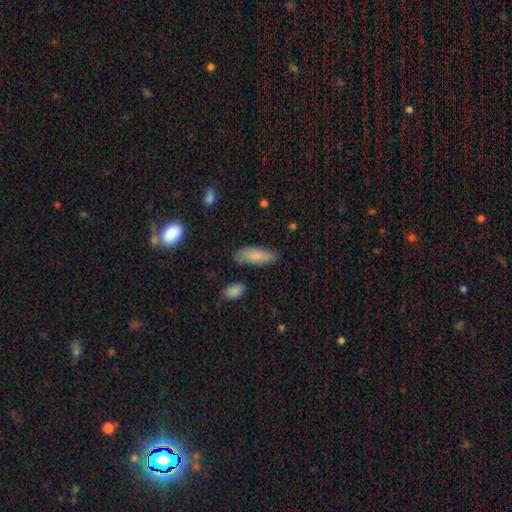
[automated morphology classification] The model was most divided on "how rounded": in between: 66%, cigar-shaped: 32%, round: 2%. More confident: smooth or featured — smooth (83%); merging — none (78%).